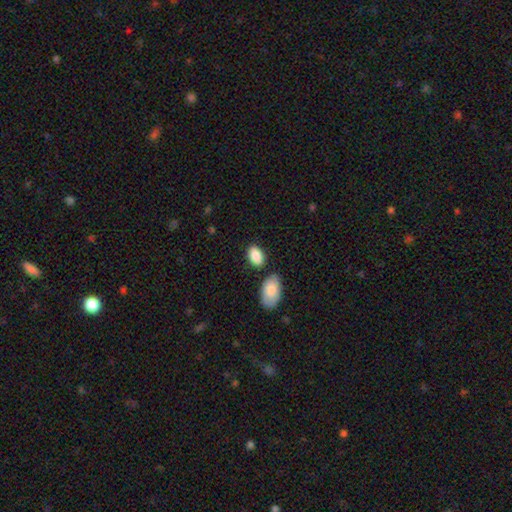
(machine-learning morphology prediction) Smooth or featured? Predicted: smooth (p=0.88). How rounded? Predicted: in between (p=0.91). Merging? Predicted: none (p=0.75).